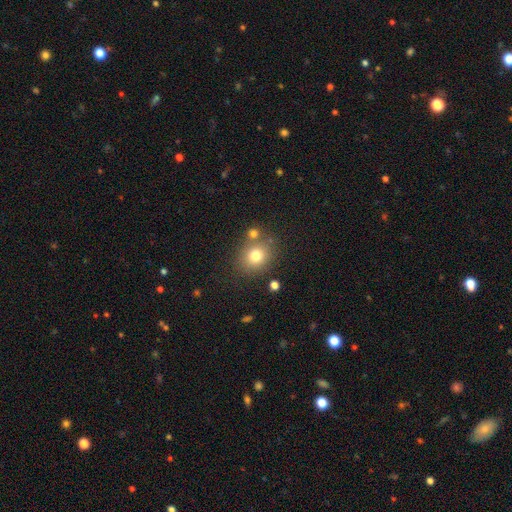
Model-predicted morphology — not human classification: This appears to be a smooth galaxy with no disk features (76%) that is round (70%). Merging: none (70%).